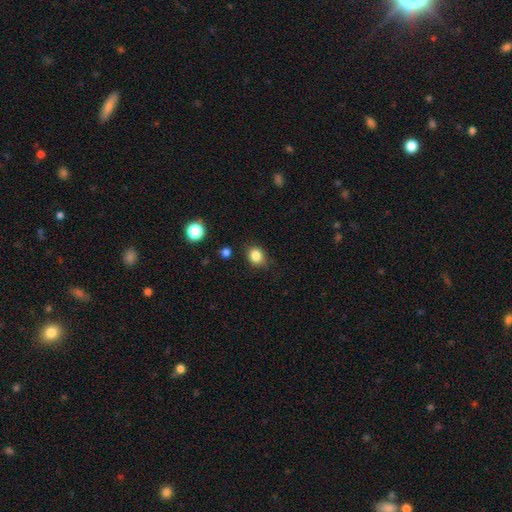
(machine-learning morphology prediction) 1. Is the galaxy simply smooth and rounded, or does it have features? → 84% smooth, 11% star or artifact, 5% featured or disk.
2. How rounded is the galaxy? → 58% round, 41% in between, 1% cigar-shaped.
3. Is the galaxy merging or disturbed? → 76% none, 18% minor disturbance, 4% major disturbance, 2% merger.